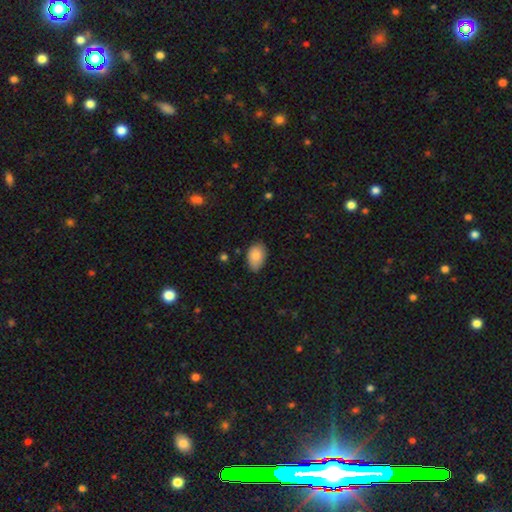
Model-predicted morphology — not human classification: Smooth or featured: smooth — 86% (featured or disk — 7%)
How rounded: in between — 89% (round — 10%)
Merging: none — 76% (minor disturbance — 20%)